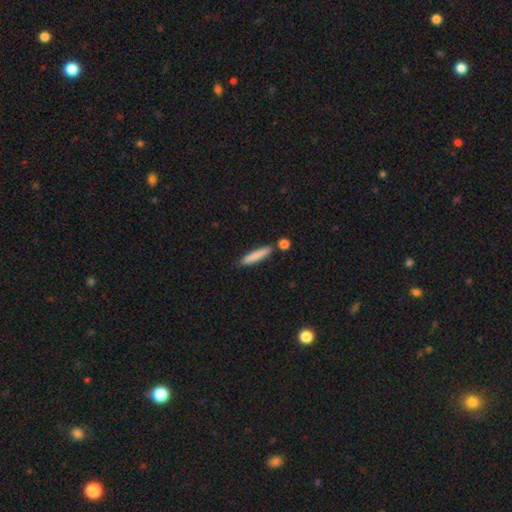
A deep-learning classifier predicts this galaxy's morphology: Smooth or featured?
  - smooth: 81% *
  - featured or disk: 13%
  - star or artifact: 6%
How rounded?
  - cigar-shaped: 90% *
  - in between: 8%
  - round: 2%
Merging?
  - none: 80% *
  - minor disturbance: 11%
  - merger: 7%
  - major disturbance: 2%